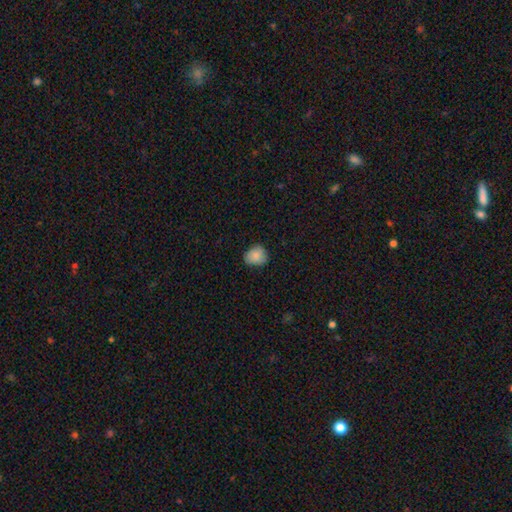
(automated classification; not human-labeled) Smooth or featured? smooth (86%)
How rounded? round (61%)
Merging? none (74%)